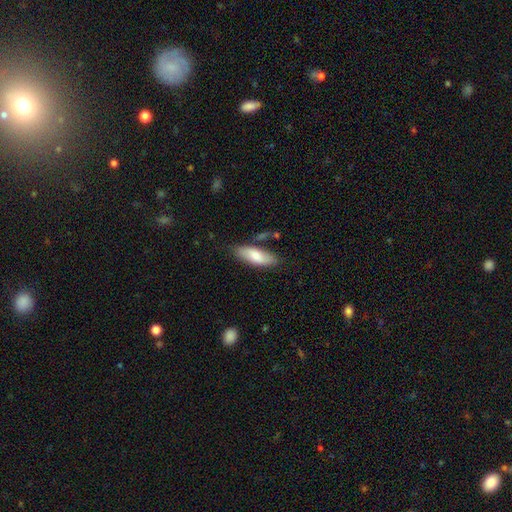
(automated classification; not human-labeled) This appears to be a smooth galaxy with no disk features (72%) that is in between round and cigar-shaped (73%). Merging: none (71%).